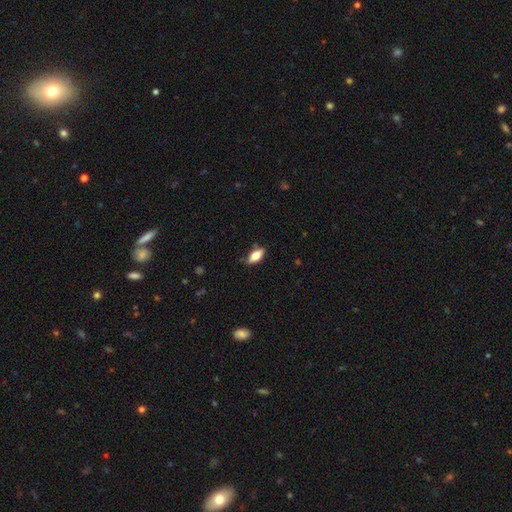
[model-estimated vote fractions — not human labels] Smooth or featured? Predicted: smooth (p=0.75). How rounded? Predicted: in between (p=0.83). Merging? Predicted: none (p=0.75).